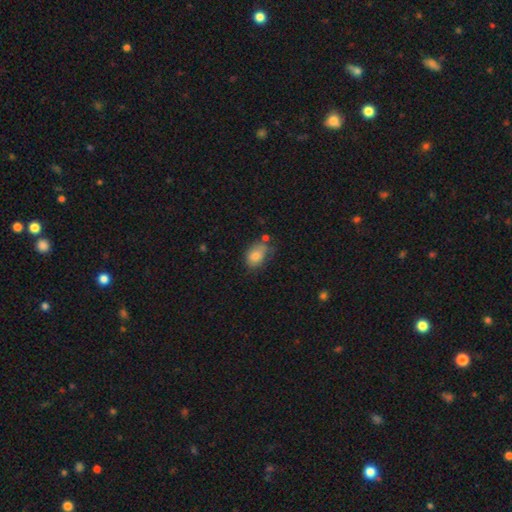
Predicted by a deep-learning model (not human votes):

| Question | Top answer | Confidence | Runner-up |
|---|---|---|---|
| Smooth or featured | smooth | 81% | featured or disk (10%) |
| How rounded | in between | 79% | round (20%) |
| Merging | none | 51% | minor disturbance (30%) |